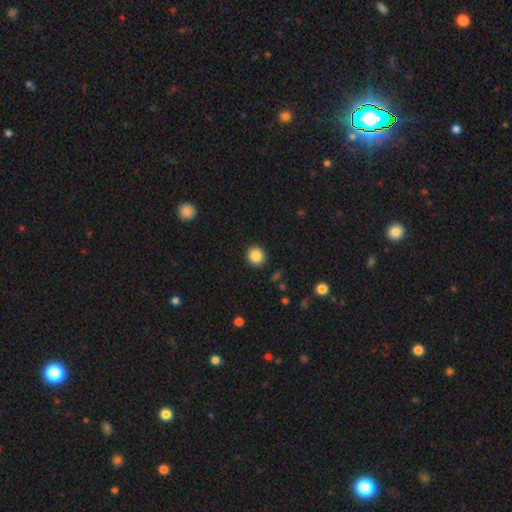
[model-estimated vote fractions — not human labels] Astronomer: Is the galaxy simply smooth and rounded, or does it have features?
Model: smooth — 87%.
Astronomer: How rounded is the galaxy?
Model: round — 90%.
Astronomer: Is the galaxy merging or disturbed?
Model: none — 91%.